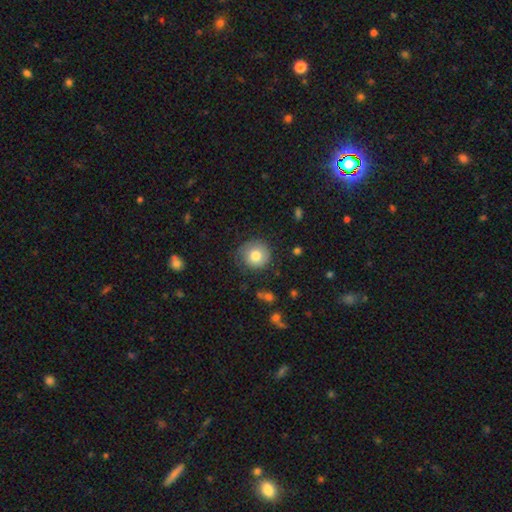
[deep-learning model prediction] This appears to be a smooth galaxy with no disk features (78%) that is round (91%). Merging: none (75%).